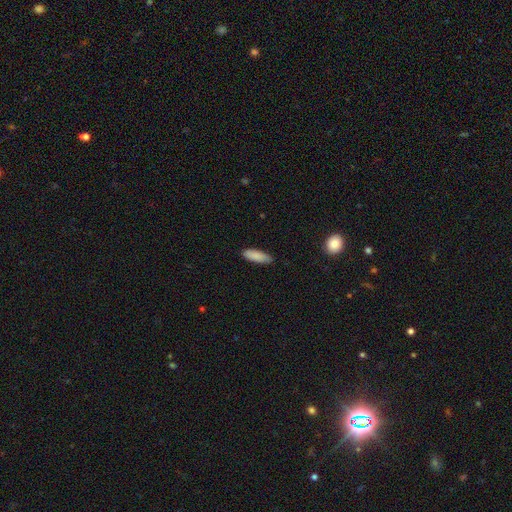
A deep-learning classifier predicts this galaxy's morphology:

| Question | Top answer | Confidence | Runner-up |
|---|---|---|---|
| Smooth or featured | smooth | 87% | featured or disk (7%) |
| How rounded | in between | 56% | cigar-shaped (42%) |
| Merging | none | 84% | minor disturbance (13%) |